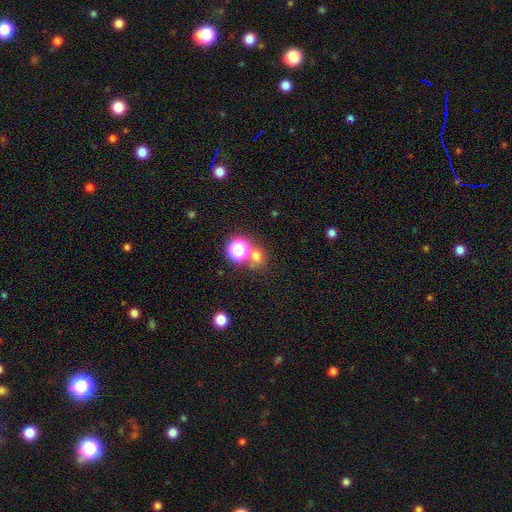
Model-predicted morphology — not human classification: Overall: smooth (65%; star or artifact 27%). How rounded: round (83%). Merging: none (63%; merger 25%).